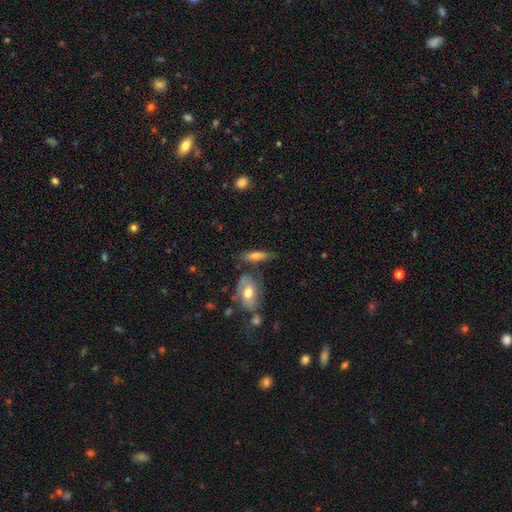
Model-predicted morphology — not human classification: Smooth or featured?
  - smooth: 63% *
  - featured or disk: 30%
  - star or artifact: 7%
How rounded?
  - cigar-shaped: 51% *
  - in between: 45%
  - round: 4%
Merging?
  - none: 63% *
  - minor disturbance: 18%
  - merger: 14%
  - major disturbance: 6%